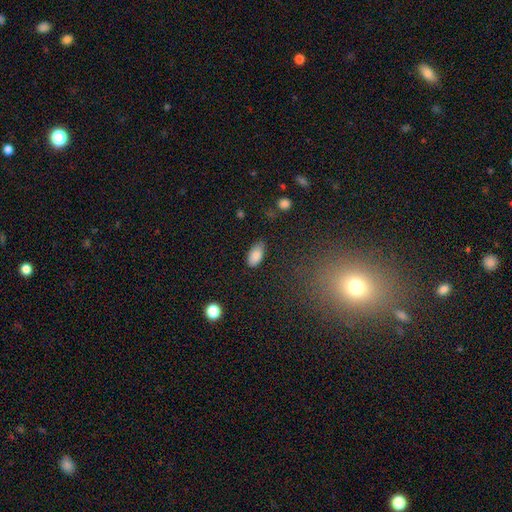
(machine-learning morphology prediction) smooth_or_featured: smooth (p=0.86) [alt: star or artifact p=0.07]
how_rounded: in between (p=0.93) [alt: cigar-shaped p=0.05]
merging: none (p=0.78) [alt: minor disturbance p=0.17]